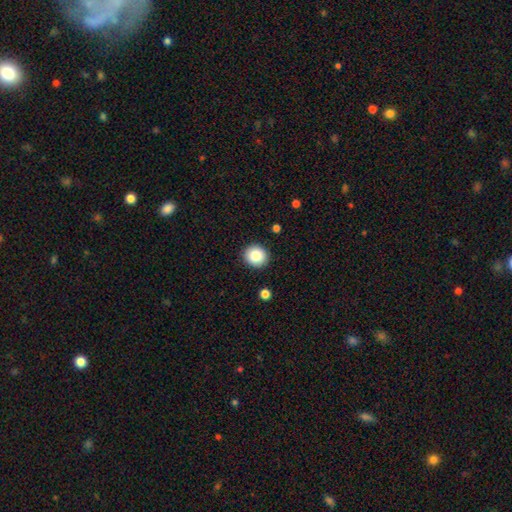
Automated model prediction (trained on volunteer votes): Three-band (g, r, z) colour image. It shows a smooth galaxy with no disk features (85%) that is round (89%). Merging: none (91%).